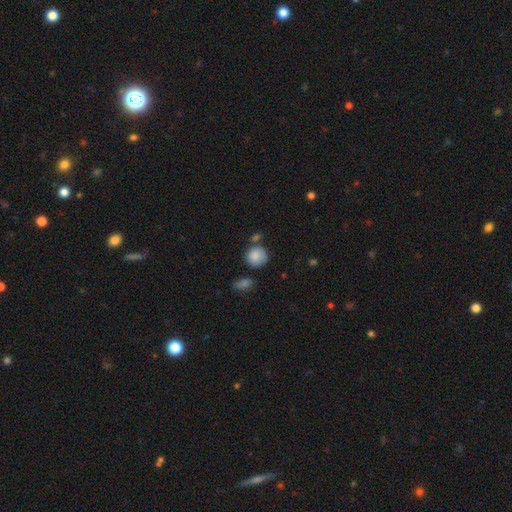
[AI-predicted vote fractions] Q: Smooth or featured?
A: smooth (85%); runner-up: star or artifact (8%)
Q: How rounded?
A: round (86%); runner-up: in between (12%)
Q: Merging?
A: none (61%); runner-up: minor disturbance (20%)